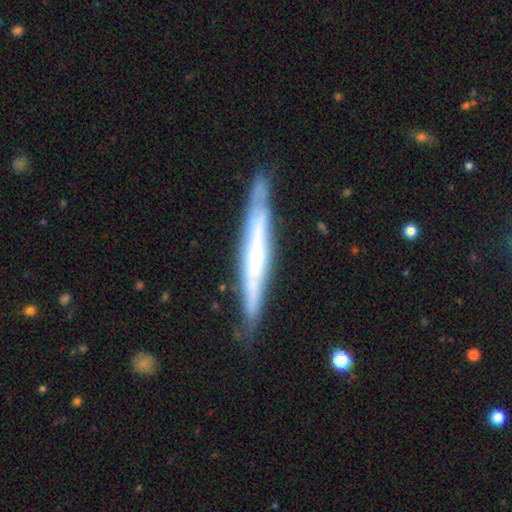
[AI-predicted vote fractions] Smooth or featured? Predicted: featured or disk (p=0.68). Edge-on disk? Predicted: yes (p=0.86). Edge-on bulge? Predicted: none (p=0.53). Merging? Predicted: none (p=0.82).